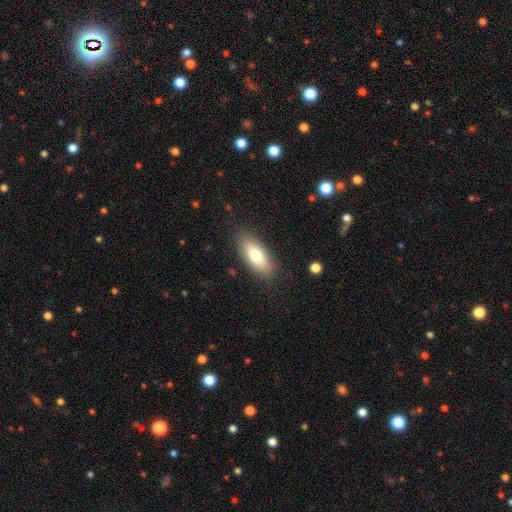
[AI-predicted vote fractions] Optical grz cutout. It shows a smooth galaxy with no disk features (76%) that is in between round and cigar-shaped (82%). Merging: none (86%).